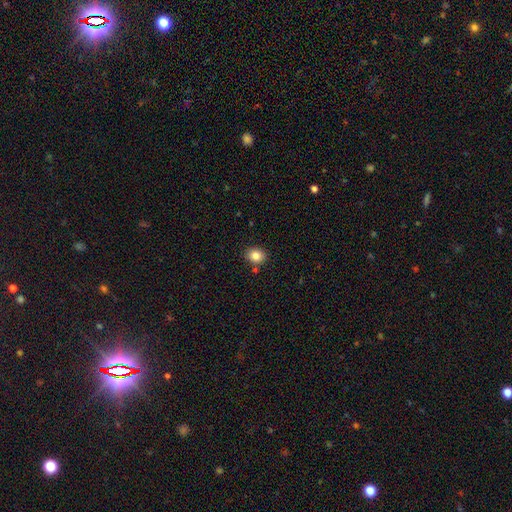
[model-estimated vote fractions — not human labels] Overall: smooth (85%). How rounded: round (60%; in between 39%). Merging: none (85%).